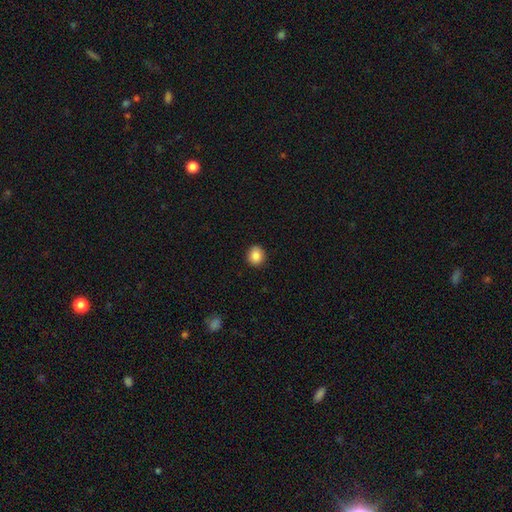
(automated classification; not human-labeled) The model was most divided on "how rounded": round: 82%, in between: 17%, cigar-shaped: 1%. More confident: merging — none (91%); smooth or featured — smooth (87%).